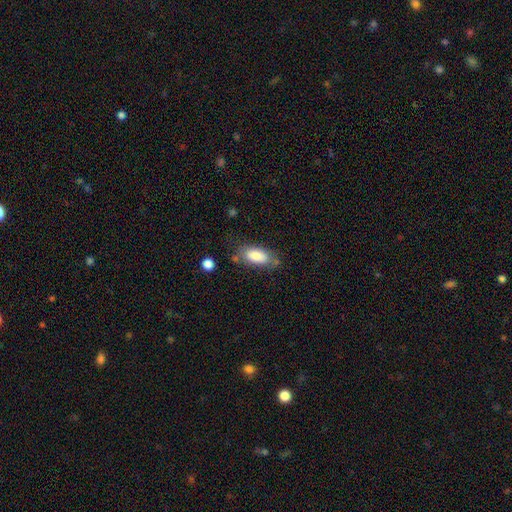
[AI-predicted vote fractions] Smooth or featured? Predicted: smooth (p=0.82). How rounded? Predicted: in between (p=0.88). Merging? Predicted: none (p=0.63).